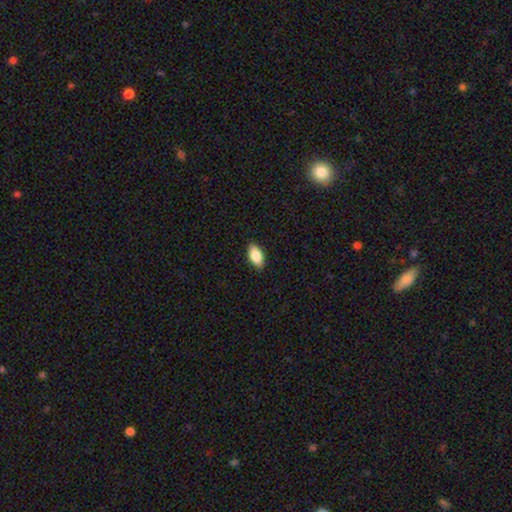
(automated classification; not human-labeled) This appears to be a smooth galaxy with no disk features (83%) that is in between round and cigar-shaped (90%). Merging: none (88%).